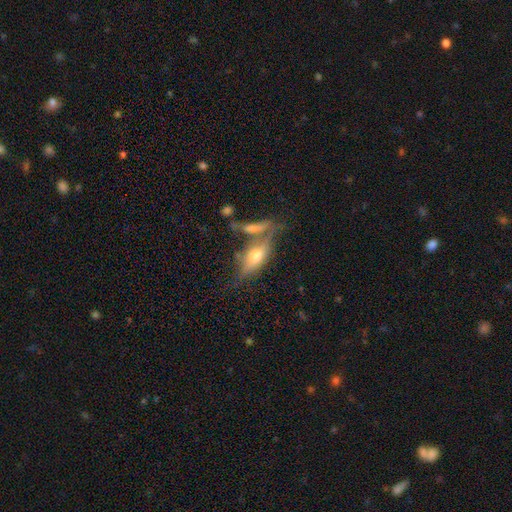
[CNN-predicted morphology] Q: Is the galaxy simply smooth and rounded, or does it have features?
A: featured or disk — 49%.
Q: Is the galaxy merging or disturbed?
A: none — 48%.